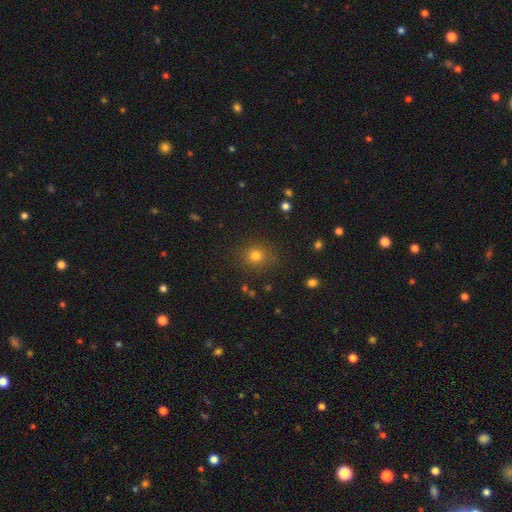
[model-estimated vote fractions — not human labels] Smooth or featured?
  - smooth: 78% *
  - star or artifact: 15%
  - featured or disk: 7%
How rounded?
  - round: 83% *
  - in between: 16%
  - cigar-shaped: 1%
Merging?
  - none: 83% *
  - minor disturbance: 11%
  - major disturbance: 4%
  - merger: 2%